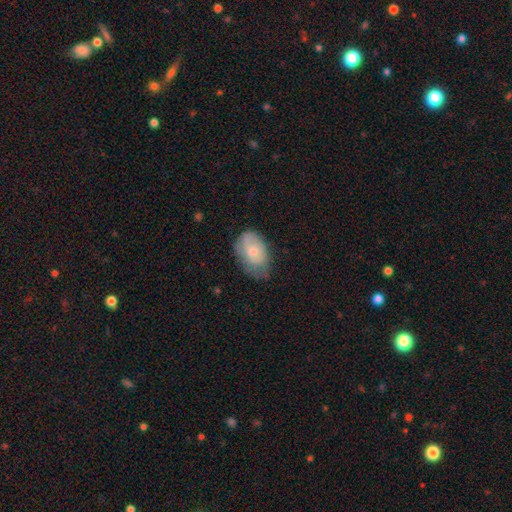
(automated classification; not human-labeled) Overall: smooth (59%; featured or disk 34%). How rounded: in between (88%). Merging: none (54%; minor disturbance 35%).